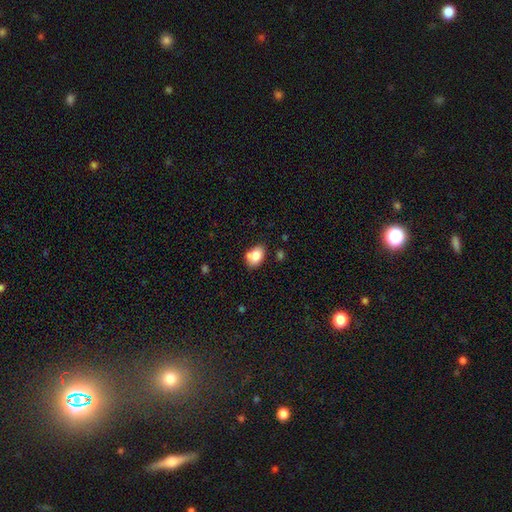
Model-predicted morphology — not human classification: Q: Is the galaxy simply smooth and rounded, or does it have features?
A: smooth — 81%.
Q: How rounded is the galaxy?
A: in between — 80%.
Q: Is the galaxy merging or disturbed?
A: none — 61%.